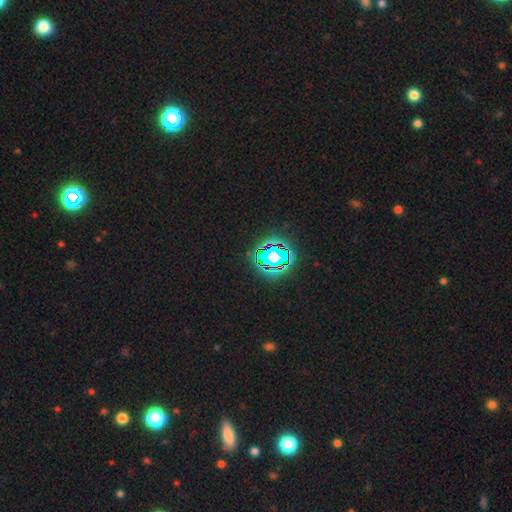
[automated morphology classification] This appears to be a star or artifact, not a galaxy (80%).